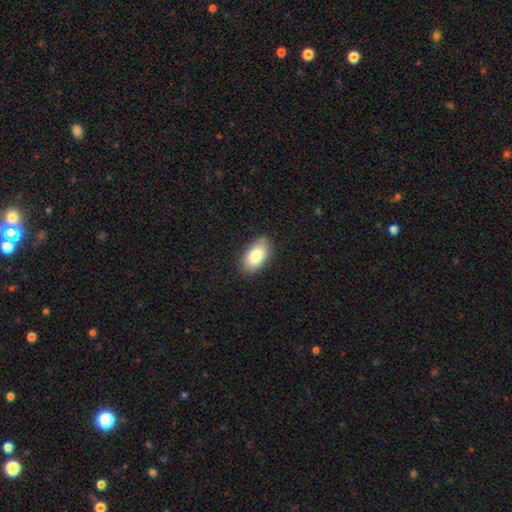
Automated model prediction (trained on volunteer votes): A smooth galaxy with no disk features (80%) that is in between round and cigar-shaped (93%).

Vote fractions:
- Smooth or featured? smooth: 80% / featured or disk: 13% / star or artifact: 7%
- How rounded? in between: 93% / round: 5% / cigar-shaped: 2%
- Merging? none: 84% / minor disturbance: 12% / major disturbance: 2% / merger: 1%